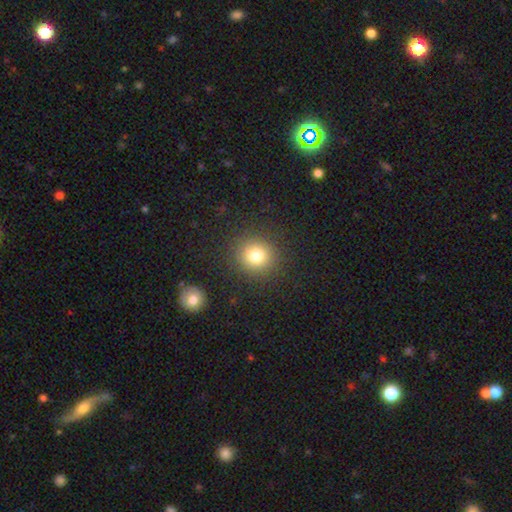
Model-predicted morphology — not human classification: The model was most divided on "smooth or featured": smooth: 79%, star or artifact: 14%, featured or disk: 7%. More confident: merging — none (89%); how rounded — round (89%).